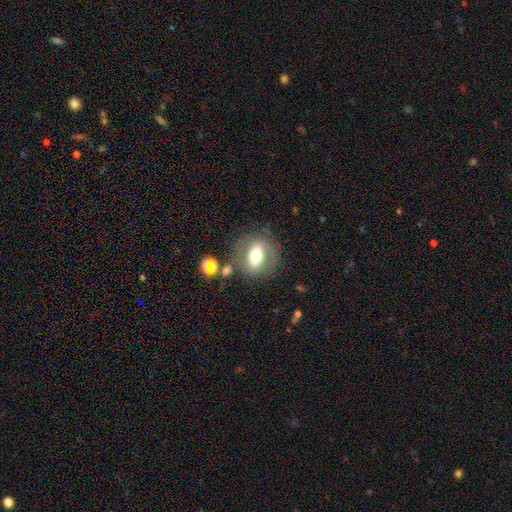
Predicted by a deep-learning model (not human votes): smooth_or_featured: featured or disk (p=0.45) [tied with: smooth p=0.45]
merging: none (p=0.72) [alt: minor disturbance p=0.14]